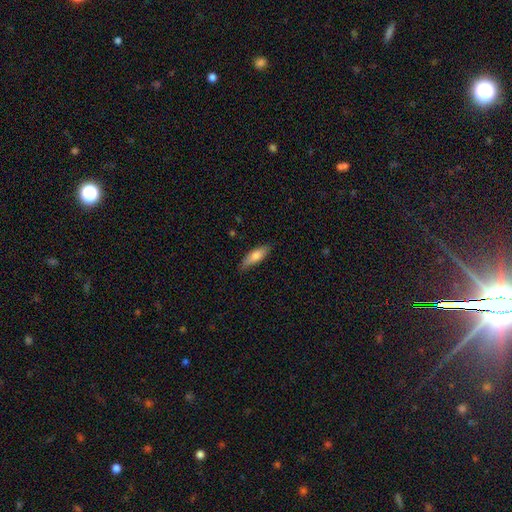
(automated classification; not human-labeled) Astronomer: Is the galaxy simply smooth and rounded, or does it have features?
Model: smooth — 77%.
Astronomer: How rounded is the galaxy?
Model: in between — 51% (runner-up: cigar-shaped, 47%).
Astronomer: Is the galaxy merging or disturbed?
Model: none — 80%.